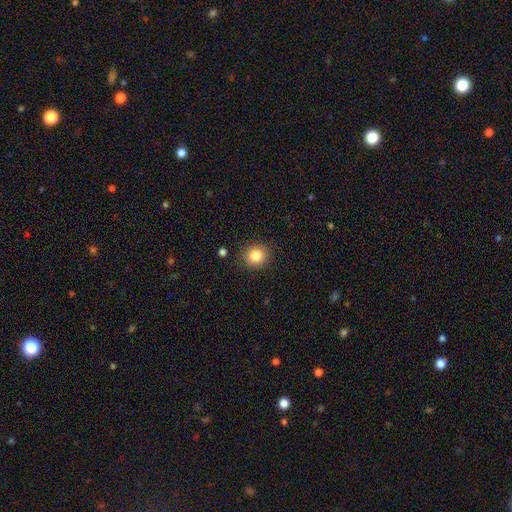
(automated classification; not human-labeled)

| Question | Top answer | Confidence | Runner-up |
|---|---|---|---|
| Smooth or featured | smooth | 84% | star or artifact (10%) |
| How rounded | round | 85% | in between (14%) |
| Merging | none | 88% | minor disturbance (8%) |